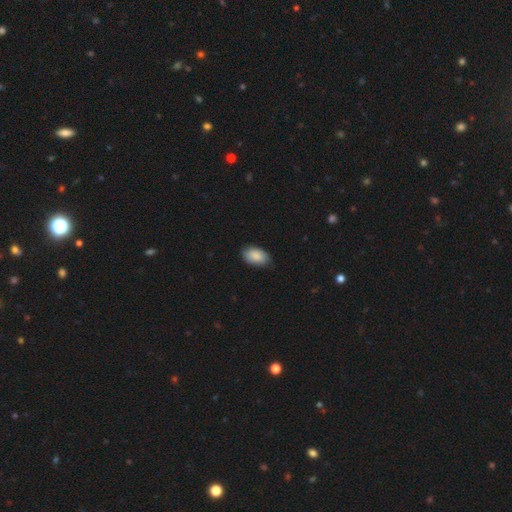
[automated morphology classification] type=smooth (89%); roundness=in between (93%); merging=none (82%).